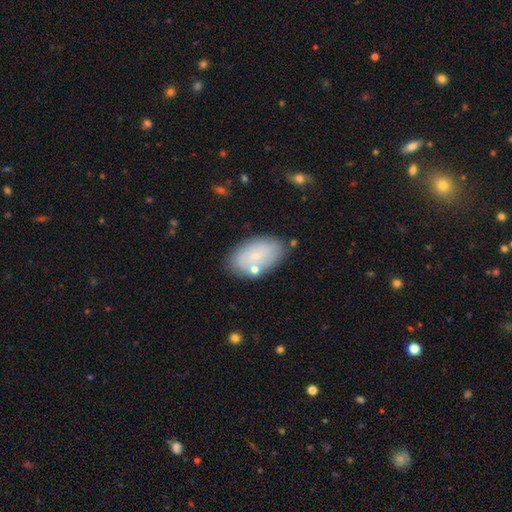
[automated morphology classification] type=smooth (66%); roundness=in between (94%); merging=none (75%).